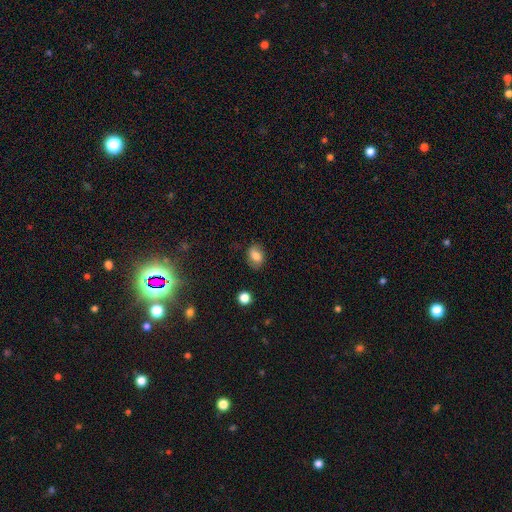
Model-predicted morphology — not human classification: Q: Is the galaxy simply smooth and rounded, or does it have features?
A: smooth — 72%.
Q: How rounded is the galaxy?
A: in between — 71%.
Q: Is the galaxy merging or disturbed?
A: none — 74%.